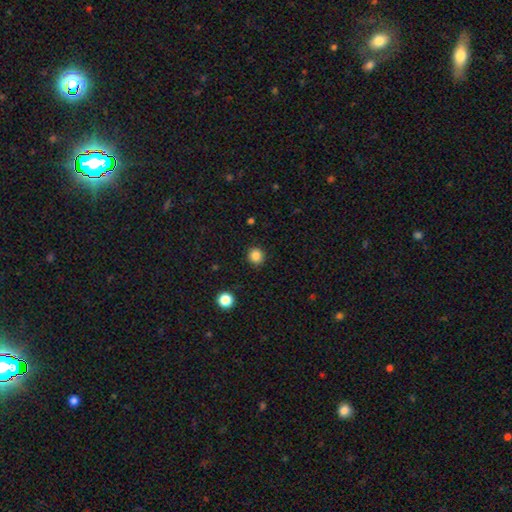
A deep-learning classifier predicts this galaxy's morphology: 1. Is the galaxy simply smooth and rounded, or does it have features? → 85% smooth, 12% star or artifact, 3% featured or disk.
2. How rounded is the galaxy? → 91% round, 8% in between, 1% cigar-shaped.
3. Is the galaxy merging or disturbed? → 91% none, 6% minor disturbance, 2% major disturbance, 1% merger.